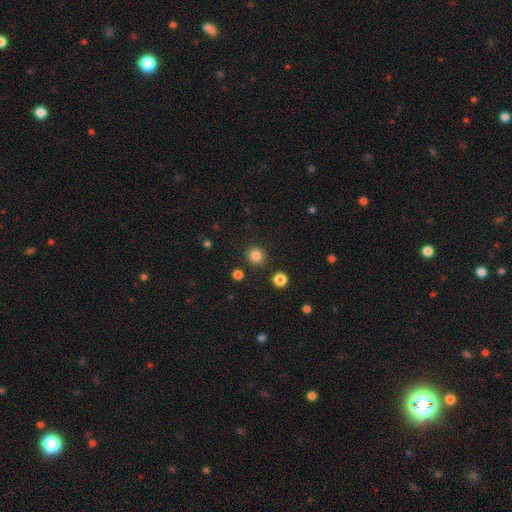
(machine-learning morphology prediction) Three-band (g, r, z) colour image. It shows a smooth galaxy with no disk features (84%) that is round (89%). Merging: none (89%).